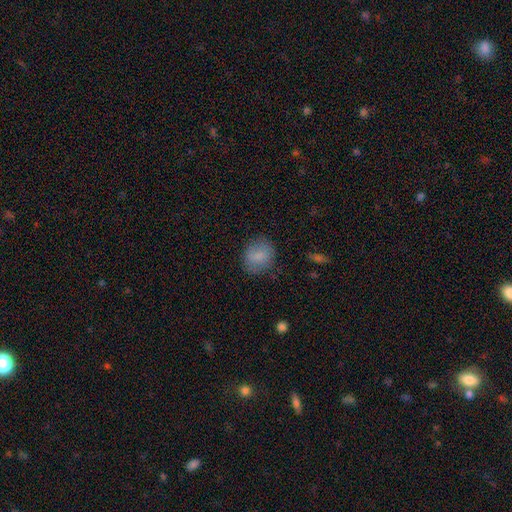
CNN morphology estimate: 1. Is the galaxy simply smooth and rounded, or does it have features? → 79% smooth, 11% featured or disk, 10% star or artifact.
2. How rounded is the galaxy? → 62% round, 36% in between, 1% cigar-shaped.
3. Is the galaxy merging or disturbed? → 81% none, 14% minor disturbance, 4% major disturbance, 1% merger.